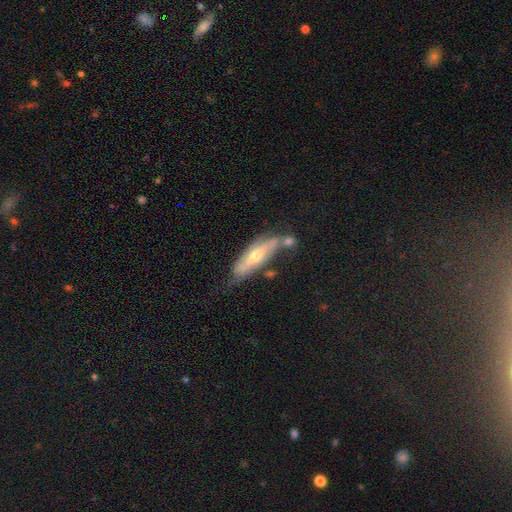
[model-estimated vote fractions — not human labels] Morphology: type=featured or disk (54%); edge-on=yes (55%); merging=none (49%).